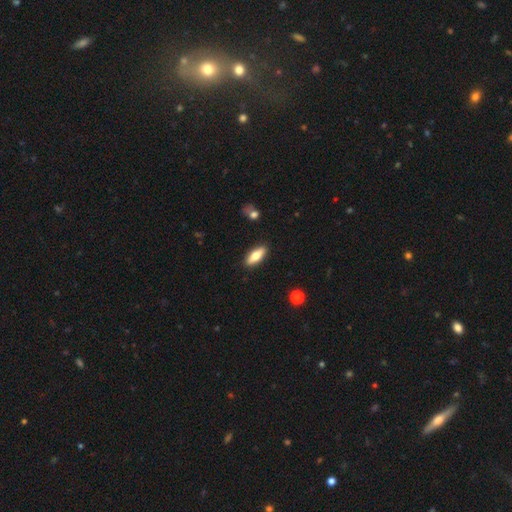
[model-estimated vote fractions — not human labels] This is likely a smooth galaxy (65%). How rounded: likely in between (62%). Merging: clearly none (89%).